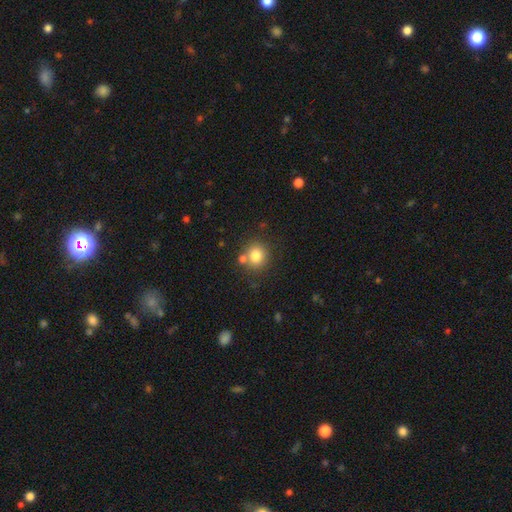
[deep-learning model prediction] Smooth or featured?
  - smooth: 79% *
  - star or artifact: 12%
  - featured or disk: 9%
How rounded?
  - round: 86% *
  - in between: 13%
  - cigar-shaped: 1%
Merging?
  - none: 73% *
  - merger: 14%
  - minor disturbance: 10%
  - major disturbance: 3%